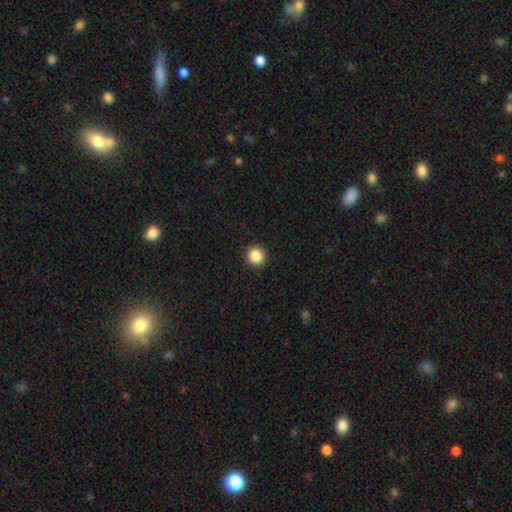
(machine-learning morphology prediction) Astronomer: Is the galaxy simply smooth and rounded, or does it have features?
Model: smooth — 87%.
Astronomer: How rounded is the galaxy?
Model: round — 95%.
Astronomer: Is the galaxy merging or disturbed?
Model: none — 94%.